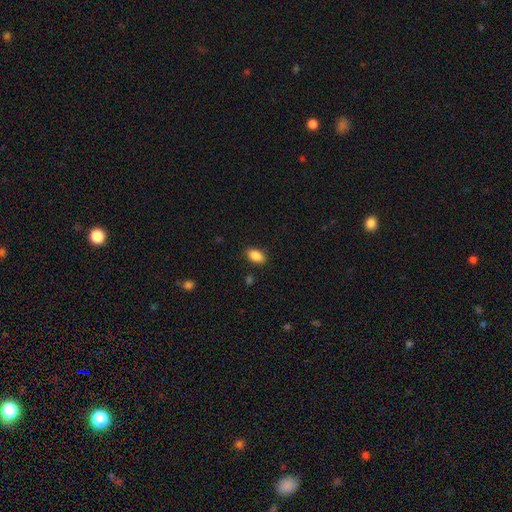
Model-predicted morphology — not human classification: A smooth galaxy with no disk features (88%) that is in between round and cigar-shaped (90%).

Vote fractions:
- Smooth or featured? smooth: 88% / star or artifact: 8% / featured or disk: 4%
- How rounded? in between: 90% / round: 6% / cigar-shaped: 3%
- Merging? none: 86% / minor disturbance: 10% / major disturbance: 2% / merger: 1%